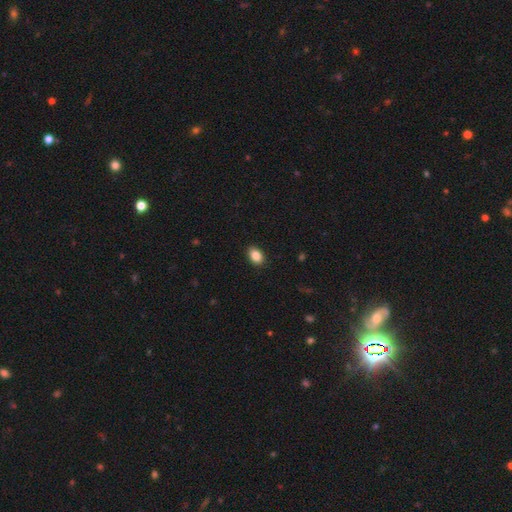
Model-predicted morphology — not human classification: This appears to be a smooth galaxy with no disk features (87%) that is in between round and cigar-shaped (82%). Merging: none (90%).